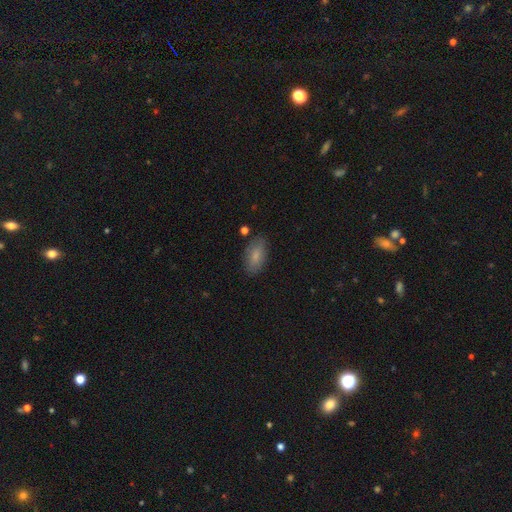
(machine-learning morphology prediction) Smooth or featured? Predicted: smooth (p=0.81). How rounded? Predicted: in between (p=0.90). Merging? Predicted: none (p=0.82).